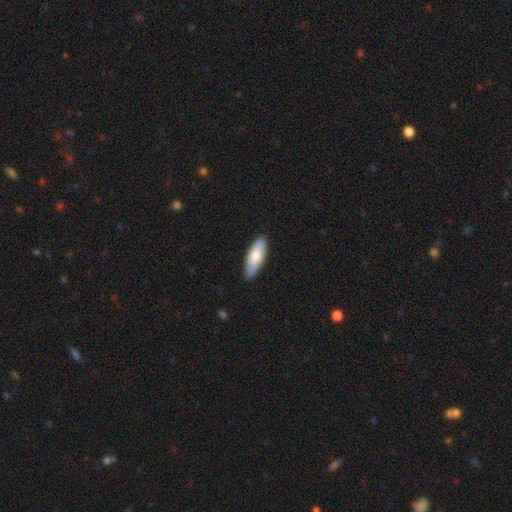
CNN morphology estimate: smooth 74%, featured or disk 21%, star or artifact 5%. Down the decision tree: how rounded — in between (67%); merging — none (83%).